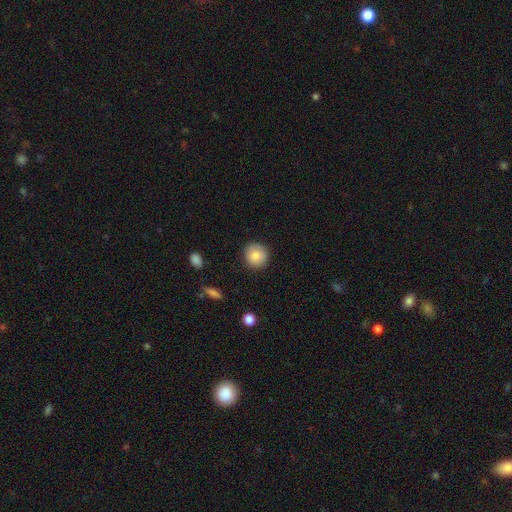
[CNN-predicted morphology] The model was most divided on "smooth or featured": smooth: 84%, star or artifact: 8%, featured or disk: 8%. More confident: how rounded — round (92%); merging — none (89%).